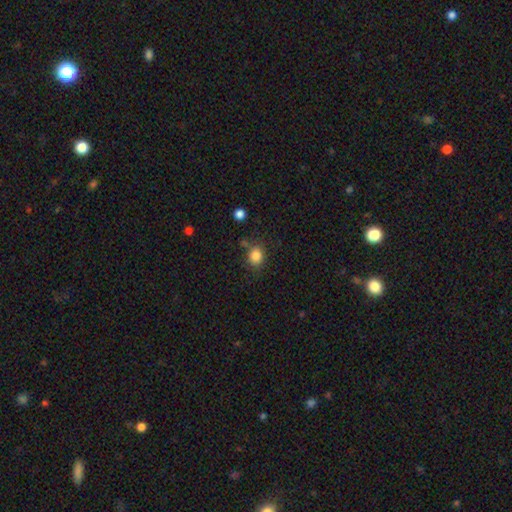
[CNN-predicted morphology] This is clearly a smooth galaxy (84%). How rounded: likely round (65%). Merging: likely none (75%).